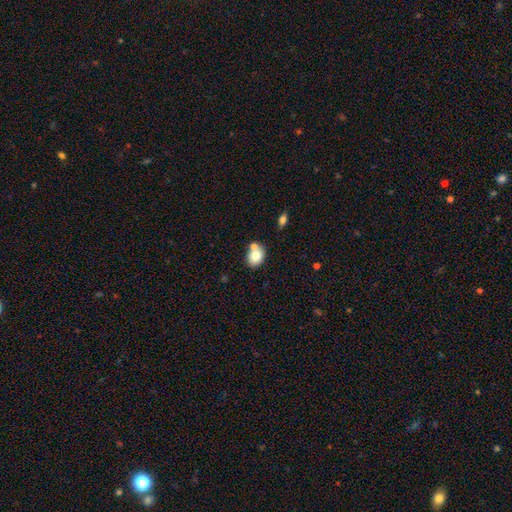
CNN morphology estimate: smooth 77%, featured or disk 14%, star or artifact 9%. Down the decision tree: how rounded — in between (54%); merging — none (55%).